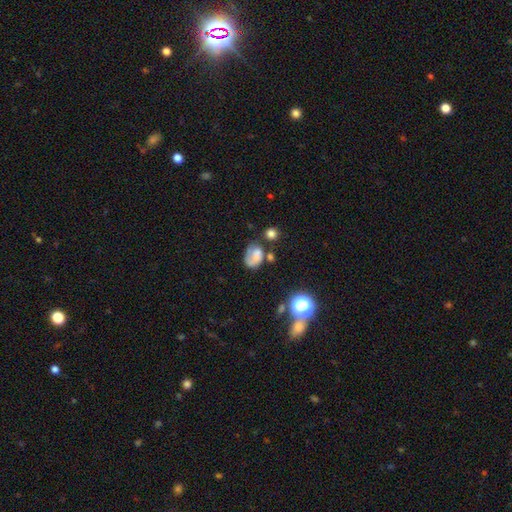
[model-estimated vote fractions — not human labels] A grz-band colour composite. It shows a smooth galaxy with no disk features (57%) that is in between round and cigar-shaped (68%). Merging: none (39%).